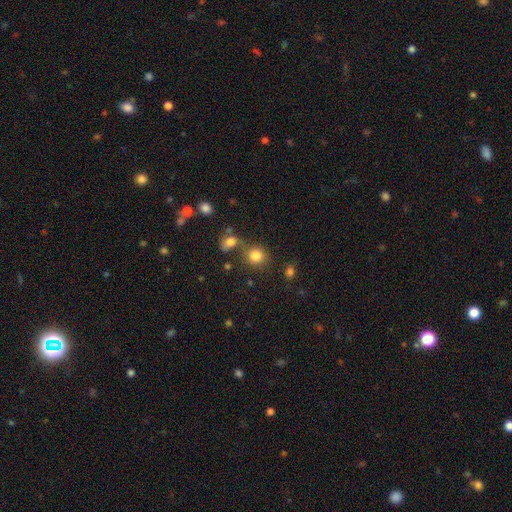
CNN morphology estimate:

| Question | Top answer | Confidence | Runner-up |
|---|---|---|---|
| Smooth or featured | smooth | 82% | star or artifact (12%) |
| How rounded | round | 81% | in between (18%) |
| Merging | none | 63% | merger (20%) |